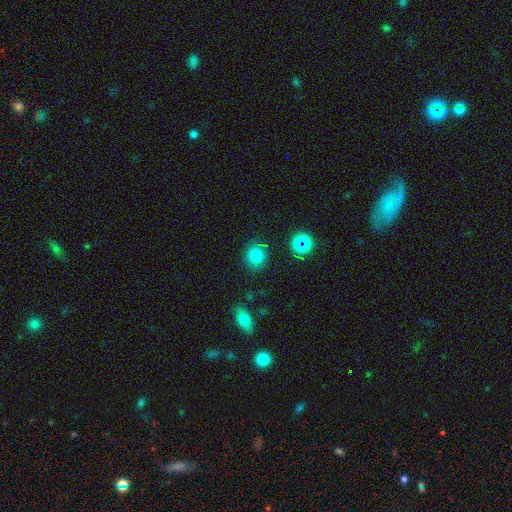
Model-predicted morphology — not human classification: Smooth or featured? smooth (79%)
How rounded? round (75%)
Merging? none (81%)